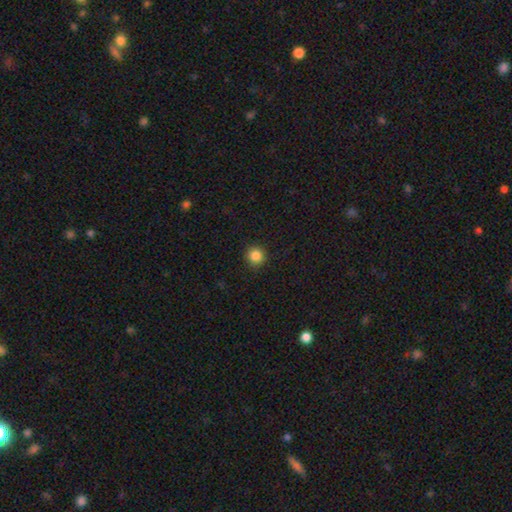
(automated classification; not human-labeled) This appears to be a smooth galaxy with no disk features (86%) that is round (94%). Merging: none (90%).